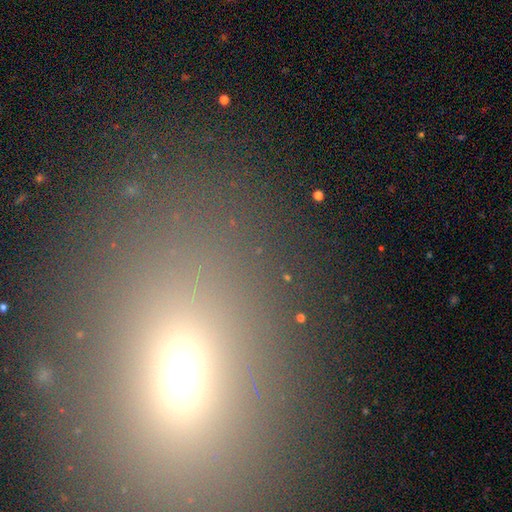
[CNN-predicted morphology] Smooth or featured? Predicted: smooth (p=0.53). How rounded? Predicted: in between (p=0.63). Merging? Predicted: none (p=0.79).